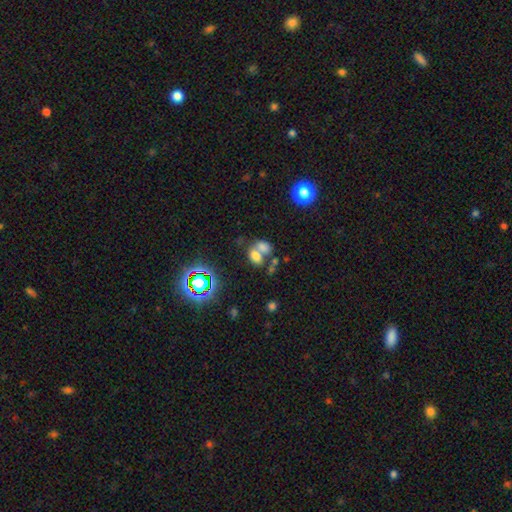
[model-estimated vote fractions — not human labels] Morphology: type=smooth (68%); roundness=in between (80%); merging=merger (57%).